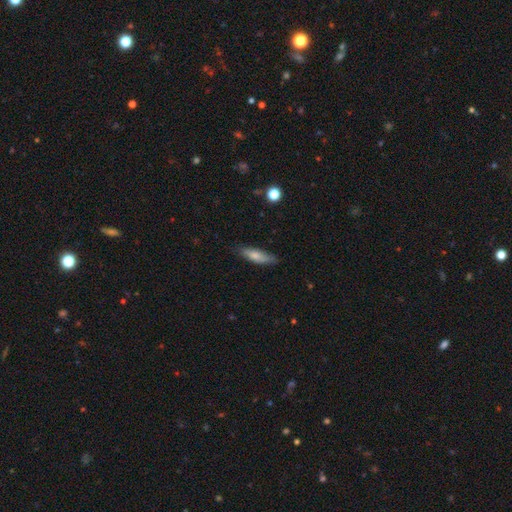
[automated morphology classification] This appears to be a smooth galaxy with no disk features (73%) that is cigar-shaped (55%). Merging: none (78%).